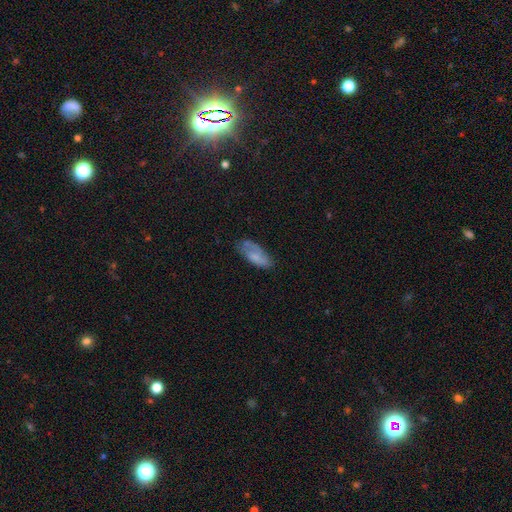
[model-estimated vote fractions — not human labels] This appears to be a smooth galaxy with no disk features (61%) that is in between round and cigar-shaped (81%). Merging: none (57%).